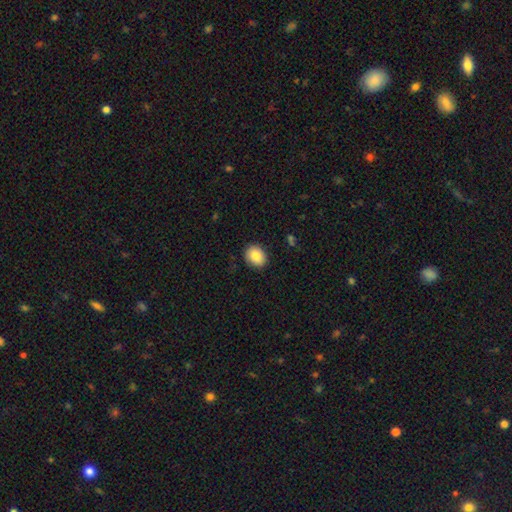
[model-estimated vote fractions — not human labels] Smooth or featured: smooth — 85% (star or artifact — 8%)
How rounded: round — 53% (in between — 46%)
Merging: none — 87% (minor disturbance — 10%)